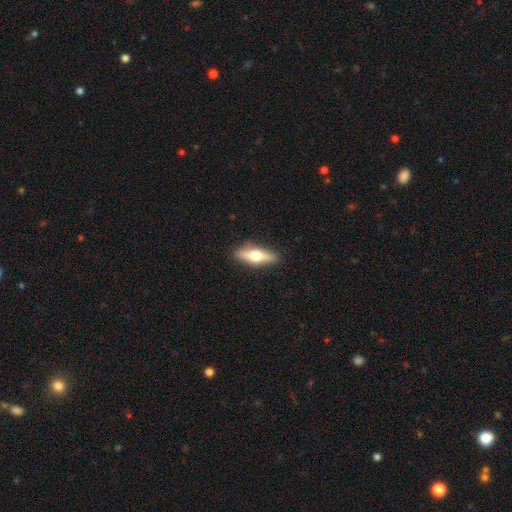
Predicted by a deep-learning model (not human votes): This appears to be a smooth galaxy with no disk features (51%) that is in between round and cigar-shaped (49%). Merging: none (88%).